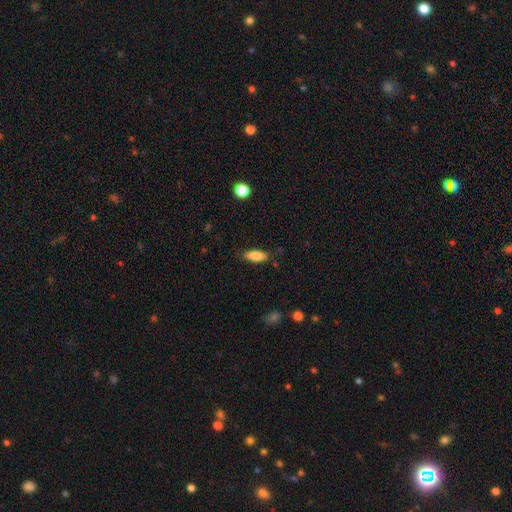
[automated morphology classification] Overall: smooth (83%). How rounded: in between (72%). Merging: none (83%).